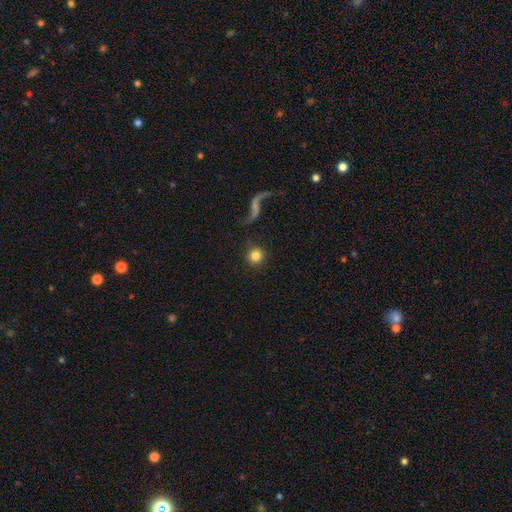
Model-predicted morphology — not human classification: Smooth or featured: smooth — 77% (featured or disk — 13%)
How rounded: round — 95% (in between — 4%)
Merging: none — 84% (minor disturbance — 7%)